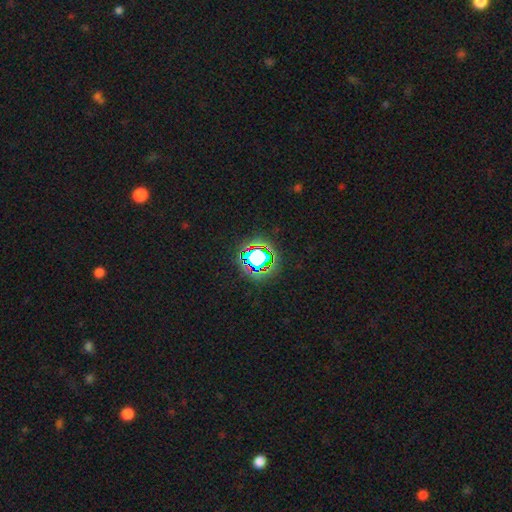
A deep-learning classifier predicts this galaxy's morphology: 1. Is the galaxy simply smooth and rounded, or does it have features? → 66% star or artifact, 22% smooth, 12% featured or disk.